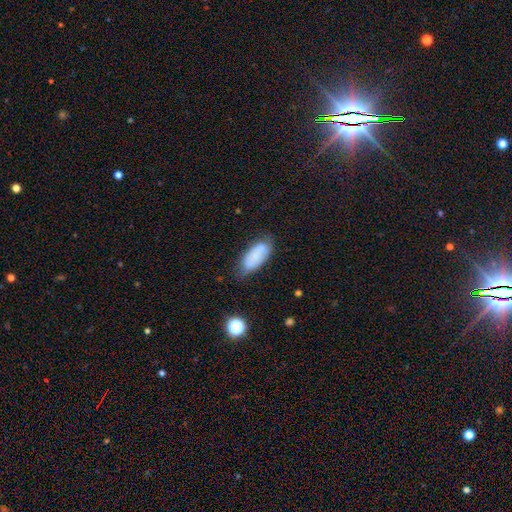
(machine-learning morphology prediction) Smooth or featured: smooth — 77% (featured or disk — 14%)
How rounded: in between — 88% (cigar-shaped — 10%)
Merging: none — 64% (minor disturbance — 26%)